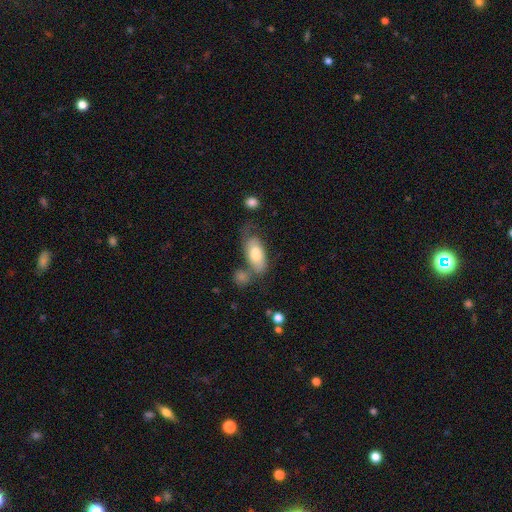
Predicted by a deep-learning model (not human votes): smooth-or-featured: smooth: 57% | featured or disk: 36% | star or artifact: 7%
  how-rounded: in between: 88% | cigar-shaped: 8% | round: 4%
  merging: none: 37% | minor disturbance: 25% | major disturbance: 21% | merger: 17%